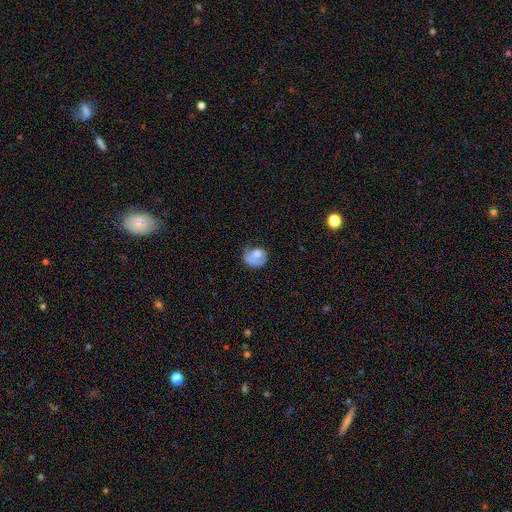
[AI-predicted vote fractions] Smooth or featured: smooth — 64% (featured or disk — 28%)
How rounded: round — 58% (in between — 41%)
Merging: none — 38% (minor disturbance — 29%)